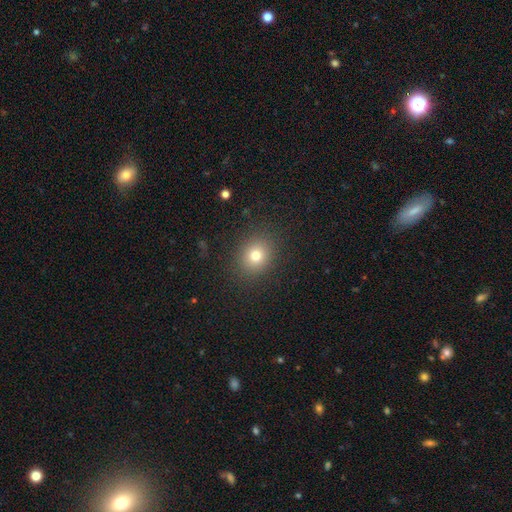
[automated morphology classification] This is likely a smooth galaxy (76%). How rounded: likely round (71%). Merging: clearly none (88%).